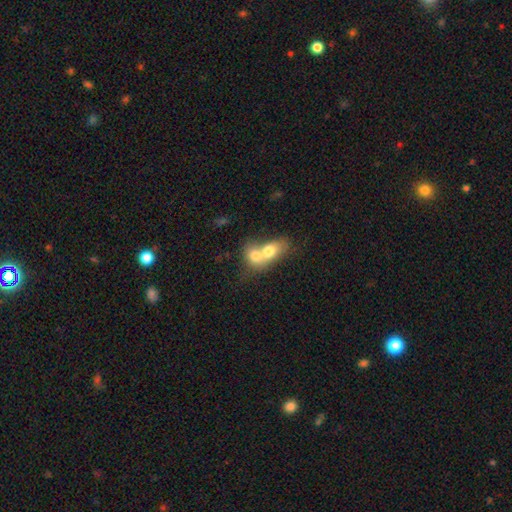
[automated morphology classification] type=smooth (70%); roundness=in between (55%); merging=merger (79%).